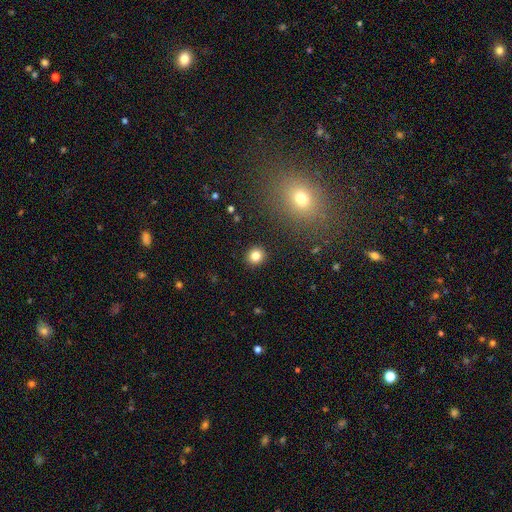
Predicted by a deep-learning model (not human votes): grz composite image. It shows a smooth galaxy with no disk features (82%) that is round (89%). Merging: none (92%).